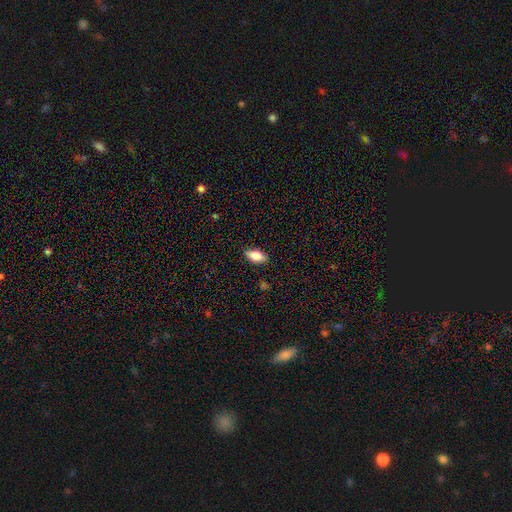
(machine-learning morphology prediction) Smooth or featured? Predicted: smooth (p=0.81). How rounded? Predicted: in between (p=0.88). Merging? Predicted: none (p=0.86).